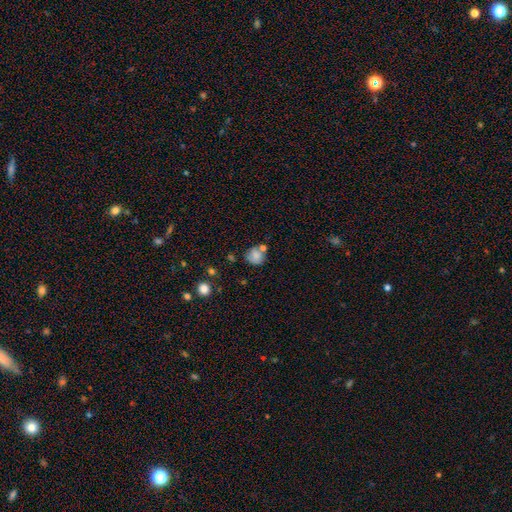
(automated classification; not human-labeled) Smooth or featured?
  - smooth: 73% *
  - featured or disk: 17%
  - star or artifact: 10%
How rounded?
  - round: 80% *
  - in between: 19%
  - cigar-shaped: 1%
Merging?
  - none: 53% *
  - minor disturbance: 21%
  - merger: 19%
  - major disturbance: 7%